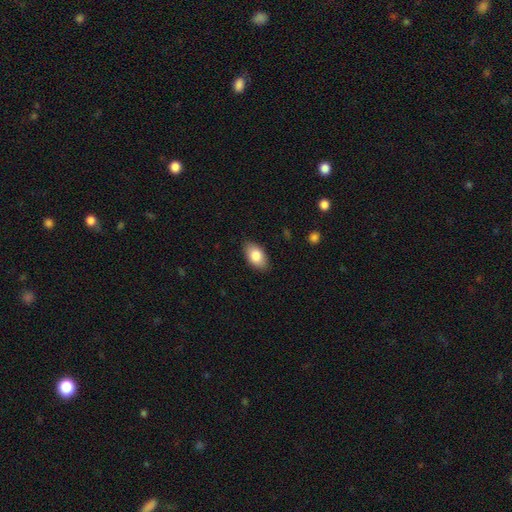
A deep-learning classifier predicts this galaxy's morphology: smooth-or-featured: smooth: 83% | featured or disk: 11% | star or artifact: 7%
  how-rounded: in between: 93% | round: 5% | cigar-shaped: 2%
  merging: none: 86% | minor disturbance: 11% | major disturbance: 2% | merger: 1%